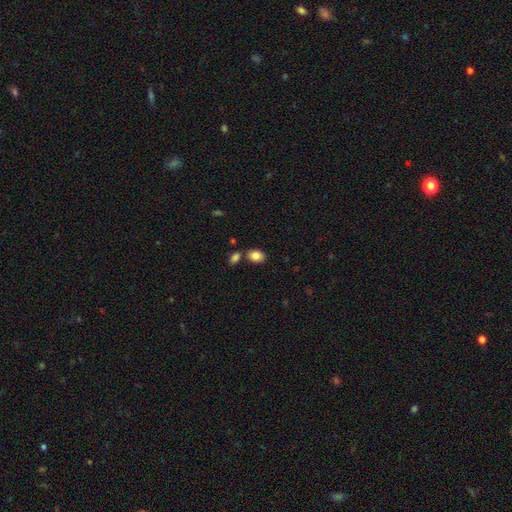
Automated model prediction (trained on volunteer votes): Overall: smooth (85%). How rounded: in between (78%). Merging: none (69%).